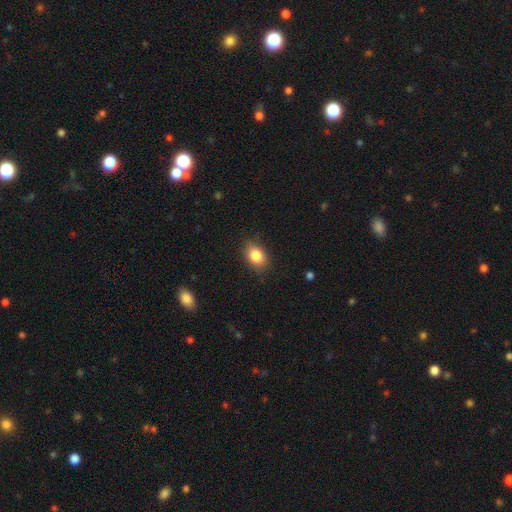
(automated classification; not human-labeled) Morphology: type=smooth (84%); roundness=in between (76%); merging=none (83%).